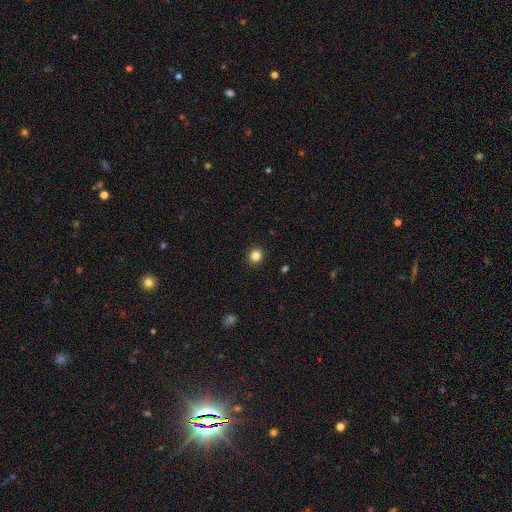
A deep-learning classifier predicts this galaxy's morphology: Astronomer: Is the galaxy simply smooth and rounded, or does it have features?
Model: smooth — 84%.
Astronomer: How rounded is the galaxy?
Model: round — 89%.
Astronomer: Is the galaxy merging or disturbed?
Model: none — 92%.